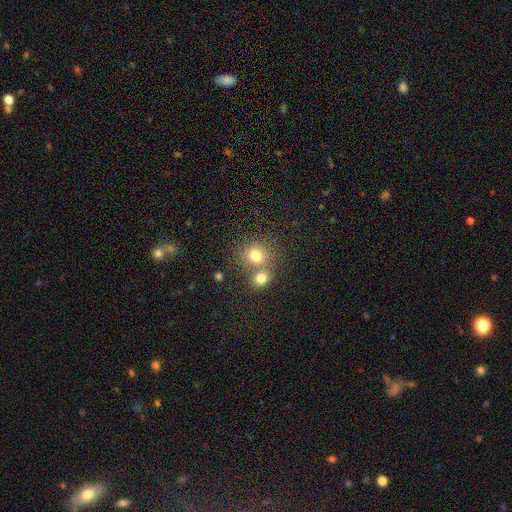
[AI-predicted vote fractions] smooth-or-featured: smooth: 77% | star or artifact: 14% | featured or disk: 9%
  how-rounded: round: 83% | in between: 16% | cigar-shaped: 1%
  merging: none: 52% | merger: 38% | minor disturbance: 7% | major disturbance: 3%